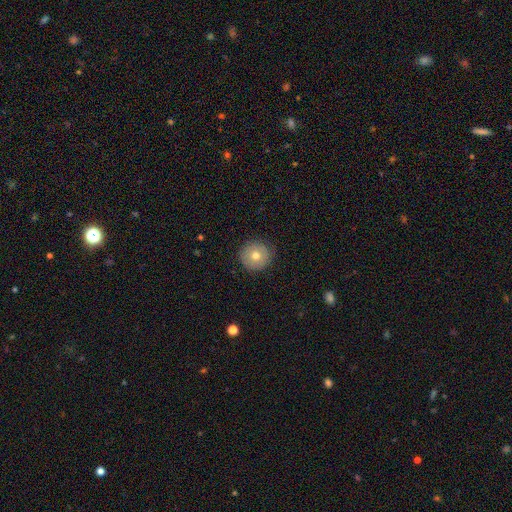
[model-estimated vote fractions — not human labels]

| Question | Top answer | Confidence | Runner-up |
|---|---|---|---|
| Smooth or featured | smooth | 69% | featured or disk (22%) |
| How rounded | round | 94% | in between (5%) |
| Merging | none | 87% | minor disturbance (9%) |